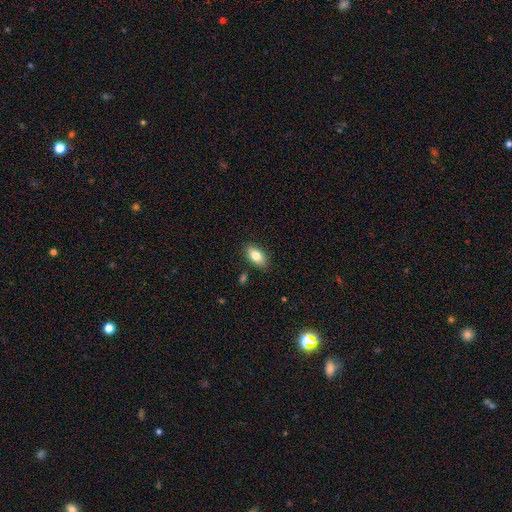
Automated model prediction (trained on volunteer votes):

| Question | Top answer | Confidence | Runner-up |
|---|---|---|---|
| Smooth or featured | smooth | 83% | featured or disk (10%) |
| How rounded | in between | 92% | round (4%) |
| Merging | none | 86% | minor disturbance (10%) |